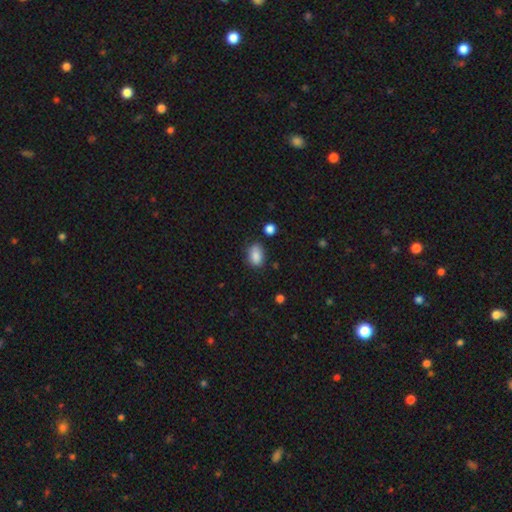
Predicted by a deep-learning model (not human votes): This appears to be a smooth galaxy with no disk features (87%) that is in between round and cigar-shaped (82%). Merging: none (68%).